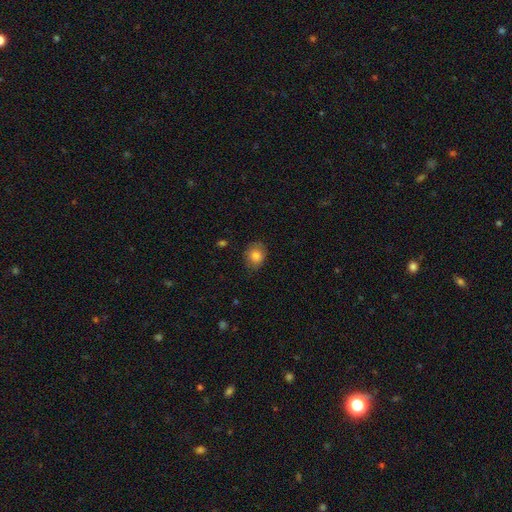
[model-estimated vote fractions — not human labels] This is clearly a smooth galaxy (81%). How rounded: possibly round (58%). Merging: likely none (79%).